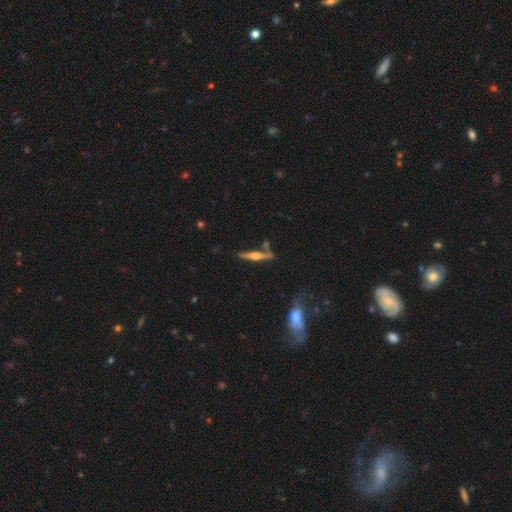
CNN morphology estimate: A featured or disk galaxy (71%) viewed edge-on (97%) with a rounded central bulge (90%). Merging: none (74%).